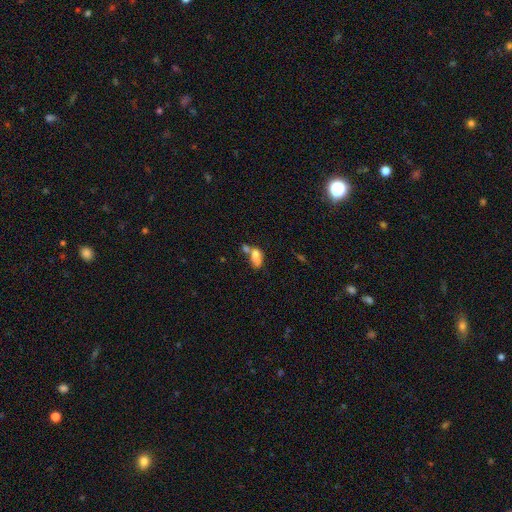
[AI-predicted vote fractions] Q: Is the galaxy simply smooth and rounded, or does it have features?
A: smooth — 72%.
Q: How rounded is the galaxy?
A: in between — 83%.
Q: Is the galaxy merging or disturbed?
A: merger — 51%.